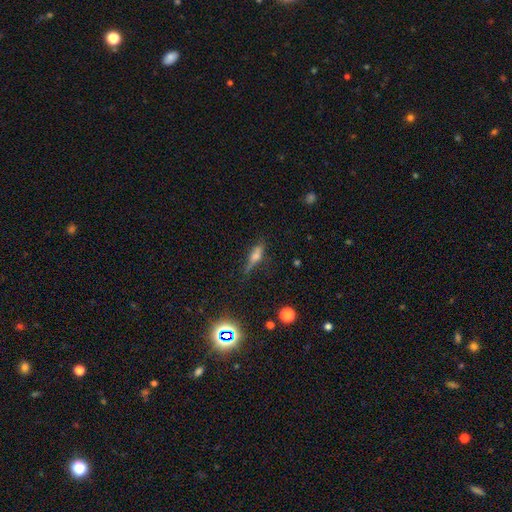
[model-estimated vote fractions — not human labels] Smooth or featured?
  - featured or disk: 45% *
  - smooth: 38%
  - star or artifact: 17%
Merging?
  - none: 75% *
  - minor disturbance: 18%
  - major disturbance: 5%
  - merger: 2%